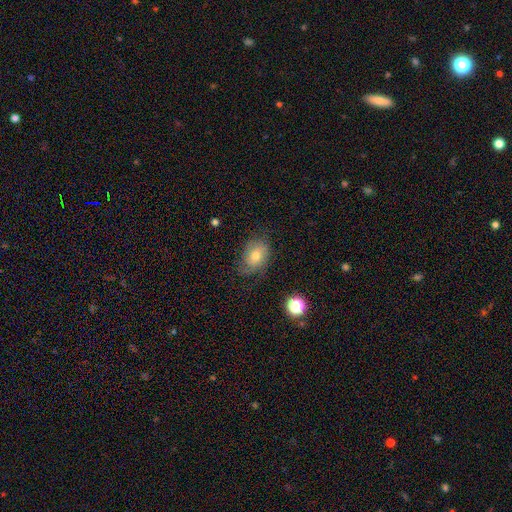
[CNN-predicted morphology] Smooth or featured? Predicted: smooth (p=0.56). How rounded? Predicted: in between (p=0.70). Merging? Predicted: none (p=0.61).